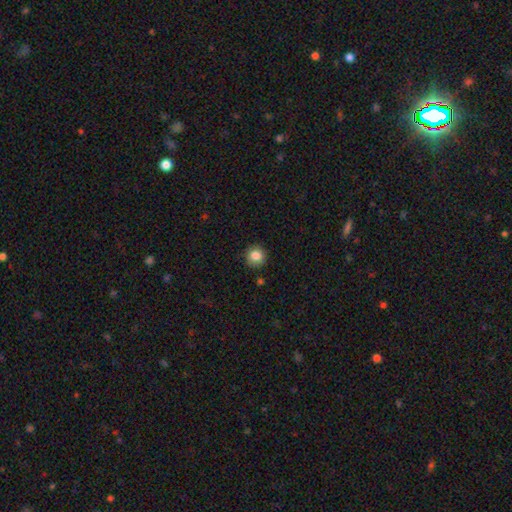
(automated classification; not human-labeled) Smooth or featured?
  - smooth: 85% *
  - star or artifact: 10%
  - featured or disk: 6%
How rounded?
  - round: 93% *
  - in between: 6%
  - cigar-shaped: 1%
Merging?
  - none: 89% *
  - minor disturbance: 7%
  - major disturbance: 2%
  - merger: 1%